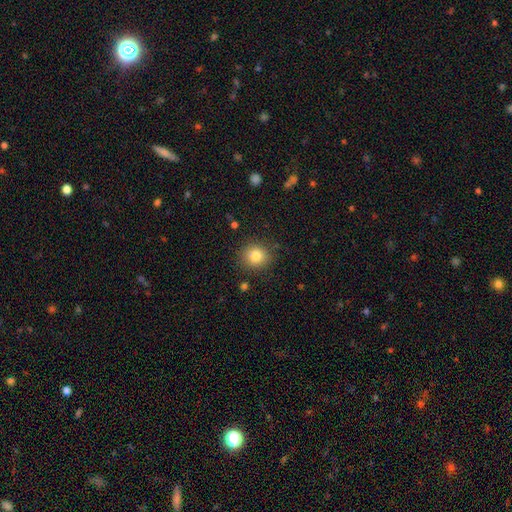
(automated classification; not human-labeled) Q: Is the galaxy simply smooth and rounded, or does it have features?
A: smooth — 82%.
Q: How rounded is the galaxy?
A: round — 84%.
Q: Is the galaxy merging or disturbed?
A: none — 86%.